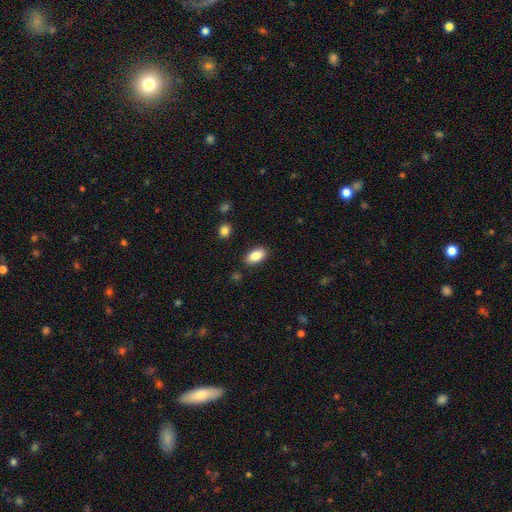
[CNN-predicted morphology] Q: Smooth or featured?
A: smooth (85%); runner-up: featured or disk (8%)
Q: How rounded?
A: in between (92%); runner-up: round (4%)
Q: Merging?
A: none (87%); runner-up: minor disturbance (9%)